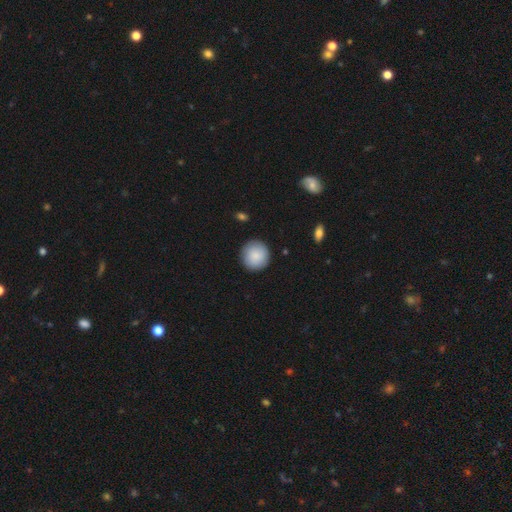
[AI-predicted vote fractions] This appears to be a smooth galaxy with no disk features (88%) that is round (94%). Merging: none (90%).